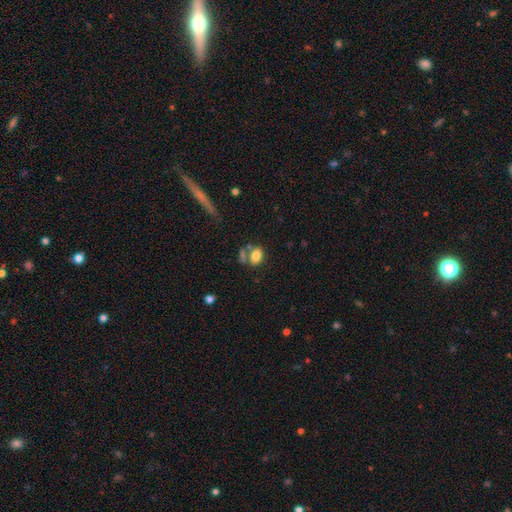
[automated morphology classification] Smooth or featured? smooth (81%)
How rounded? in between (80%)
Merging? none (56%)